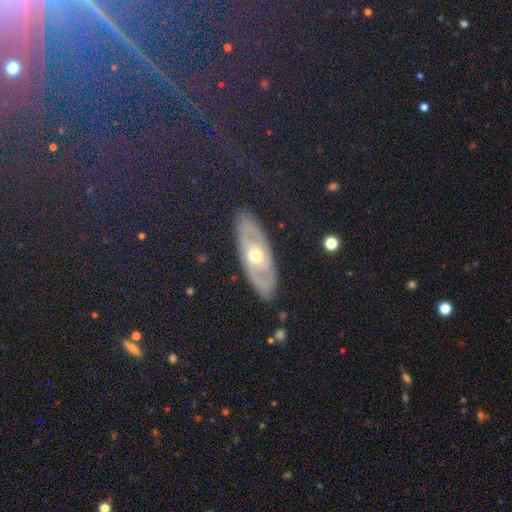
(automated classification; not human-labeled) Q: Smooth or featured?
A: featured or disk (69%); runner-up: smooth (23%)
Q: Edge-on disk?
A: no (75%); runner-up: yes (25%)
Q: Bar?
A: no (78%); runner-up: weak (16%)
Q: Spiral arms?
A: yes (50%); tied with: no (50%)
Q: Bulge size?
A: moderate (77%); runner-up: small (14%)
Q: Merging?
A: none (85%); runner-up: minor disturbance (10%)